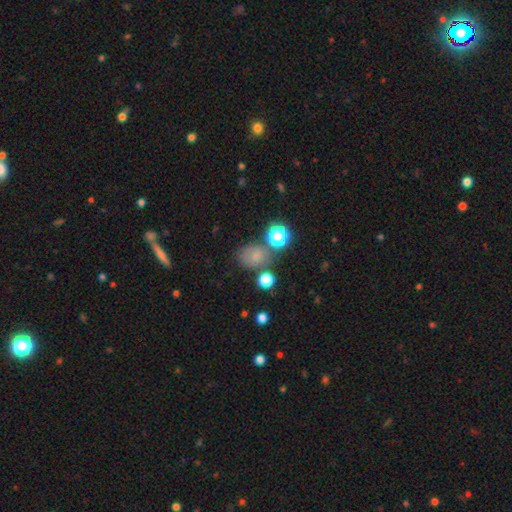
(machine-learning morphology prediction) smooth 67%, star or artifact 23%, featured or disk 10%. Down the decision tree: how rounded — round (50%); merging — none (63%).